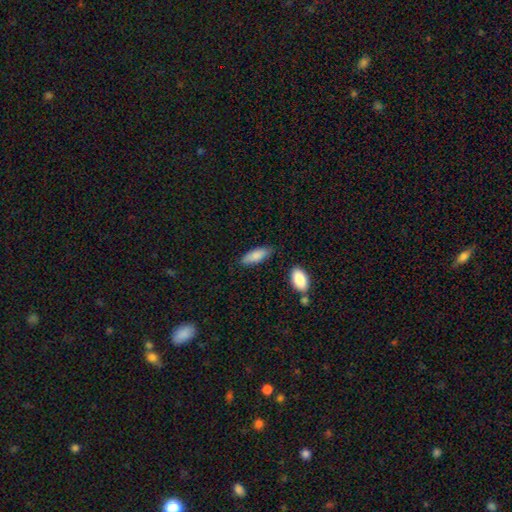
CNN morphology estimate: Overall: smooth (84%). How rounded: in between (70%). Merging: none (77%).